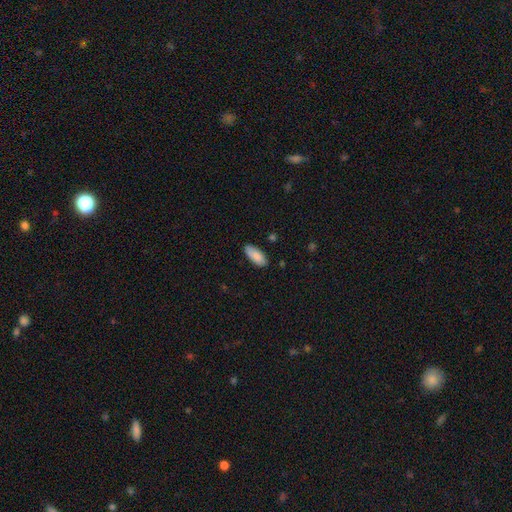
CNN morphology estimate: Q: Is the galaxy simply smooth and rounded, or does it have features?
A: smooth — 85%.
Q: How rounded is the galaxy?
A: in between — 86%.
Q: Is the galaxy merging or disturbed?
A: none — 81%.